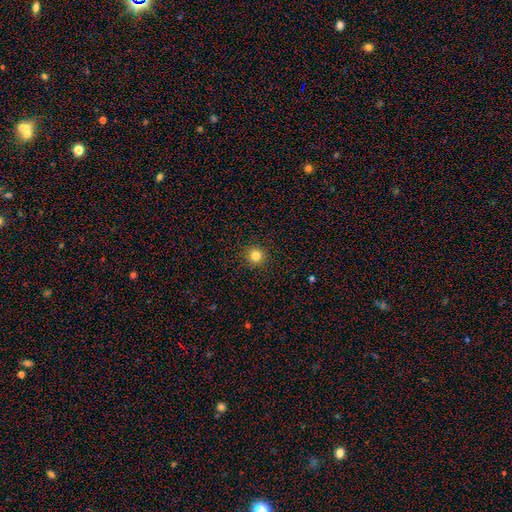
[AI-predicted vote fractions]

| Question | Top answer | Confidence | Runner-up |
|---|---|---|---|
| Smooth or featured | smooth | 82% | star or artifact (13%) |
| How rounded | round | 95% | in between (4%) |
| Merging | none | 92% | minor disturbance (5%) |